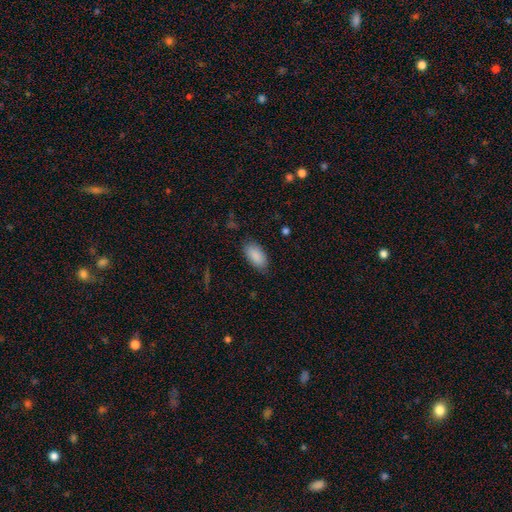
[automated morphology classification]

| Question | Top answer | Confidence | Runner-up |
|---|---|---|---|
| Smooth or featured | smooth | 89% | star or artifact (6%) |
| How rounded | in between | 94% | cigar-shaped (4%) |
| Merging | none | 82% | minor disturbance (14%) |